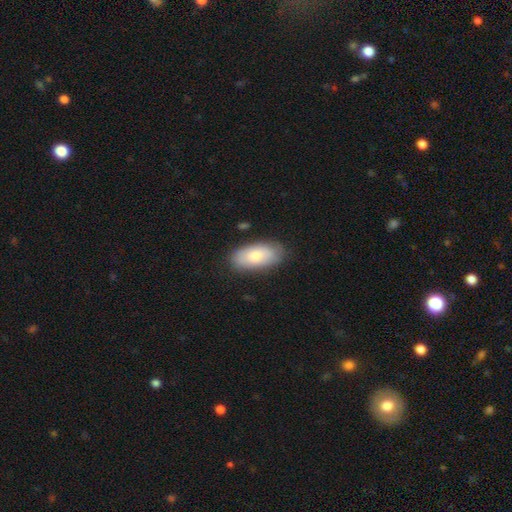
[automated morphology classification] A smooth galaxy with no disk features (78%) that is in between round and cigar-shaped (92%). Merging: none (82%).